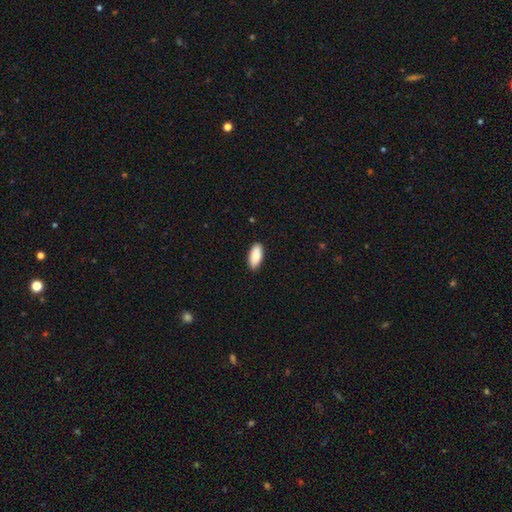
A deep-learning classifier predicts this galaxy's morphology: Smooth or featured? smooth (88%)
How rounded? in between (87%)
Merging? none (88%)